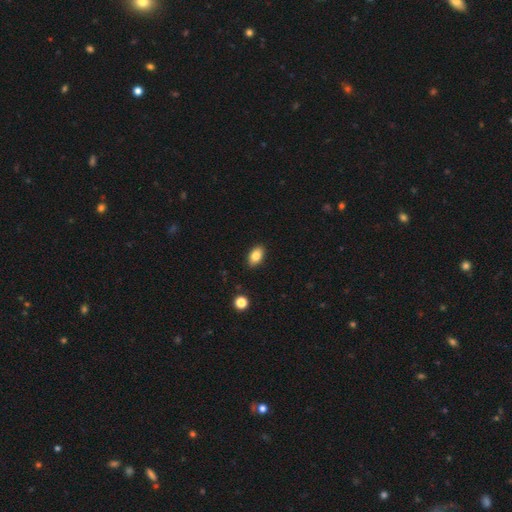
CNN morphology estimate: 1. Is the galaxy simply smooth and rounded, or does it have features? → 84% smooth, 8% star or artifact, 8% featured or disk.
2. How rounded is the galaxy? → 90% in between, 8% round, 2% cigar-shaped.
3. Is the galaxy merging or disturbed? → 89% none, 8% minor disturbance, 2% major disturbance, 1% merger.